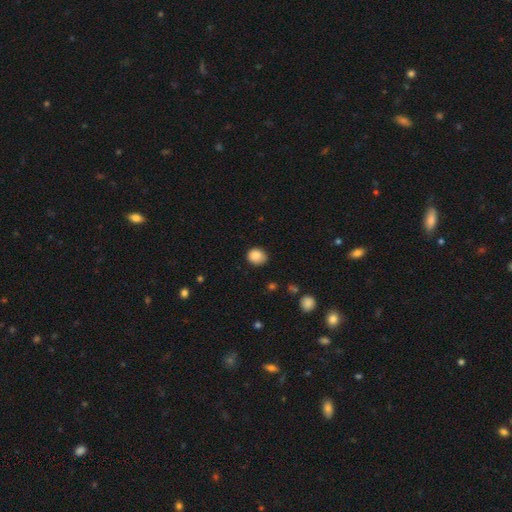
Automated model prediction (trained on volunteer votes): Q: Smooth or featured?
A: smooth (87%); runner-up: star or artifact (9%)
Q: How rounded?
A: round (70%); runner-up: in between (30%)
Q: Merging?
A: none (80%); runner-up: minor disturbance (16%)